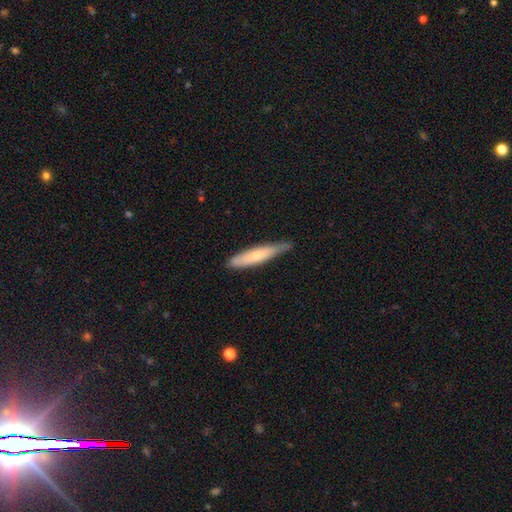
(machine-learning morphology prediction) This appears to be a smooth galaxy with no disk features (64%) that is cigar-shaped (87%). Merging: none (69%).